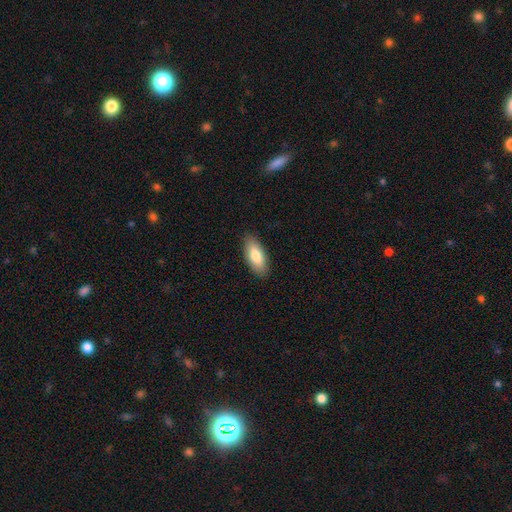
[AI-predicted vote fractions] Morphology: type=smooth (80%); roundness=in between (83%); merging=none (88%).